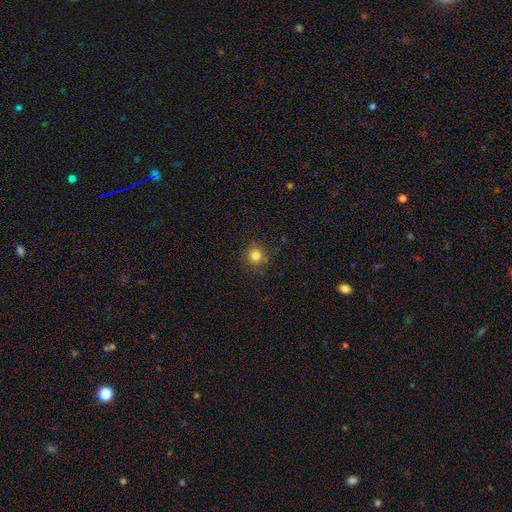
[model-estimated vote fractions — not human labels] Smooth or featured: smooth — 81% (star or artifact — 13%)
How rounded: round — 90% (in between — 9%)
Merging: none — 85% (minor disturbance — 10%)